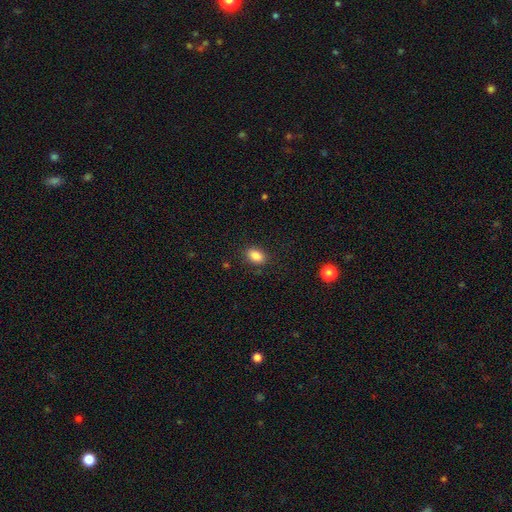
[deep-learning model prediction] Overall: smooth (85%). How rounded: in between (81%). Merging: none (86%).